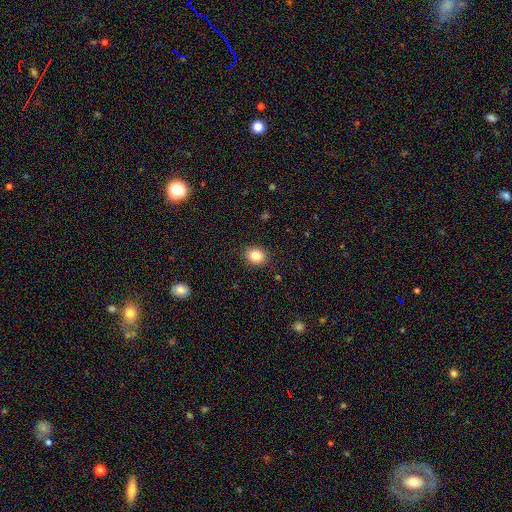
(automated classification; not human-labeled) Overall: smooth (83%). How rounded: round (63%; in between 36%). Merging: none (89%).